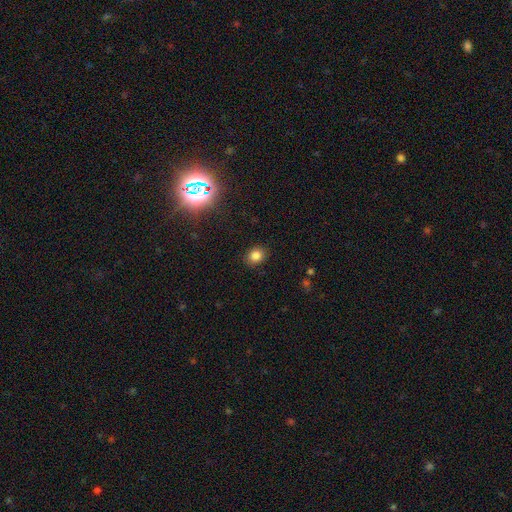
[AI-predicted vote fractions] Smooth or featured?
  - smooth: 82% *
  - star or artifact: 13%
  - featured or disk: 5%
How rounded?
  - round: 55% *
  - in between: 44%
  - cigar-shaped: 1%
Merging?
  - none: 89% *
  - minor disturbance: 8%
  - major disturbance: 2%
  - merger: 1%